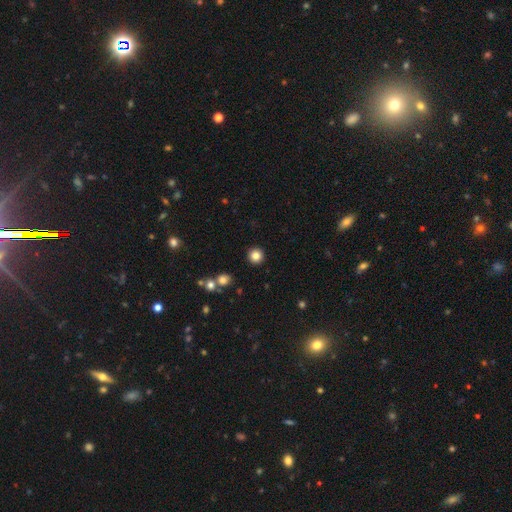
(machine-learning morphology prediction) A smooth galaxy with no disk features (84%) that is round (95%).

Vote fractions:
- Smooth or featured? smooth: 84% / star or artifact: 11% / featured or disk: 5%
- How rounded? round: 95% / in between: 4% / cigar-shaped: 1%
- Merging? none: 92% / minor disturbance: 4% / merger: 2% / major disturbance: 2%